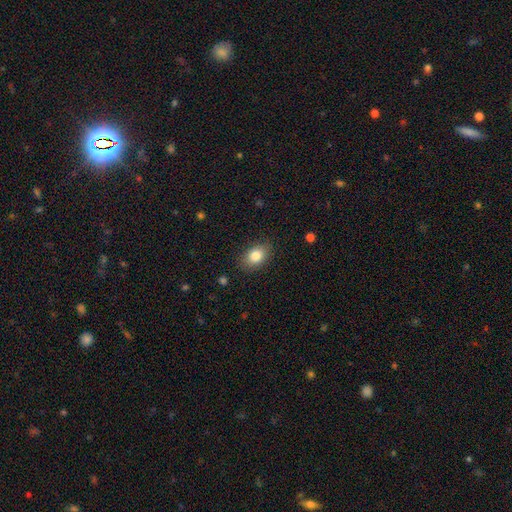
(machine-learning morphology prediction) Q: Smooth or featured?
A: smooth (83%); runner-up: featured or disk (9%)
Q: How rounded?
A: in between (82%); runner-up: round (16%)
Q: Merging?
A: none (85%); runner-up: minor disturbance (11%)